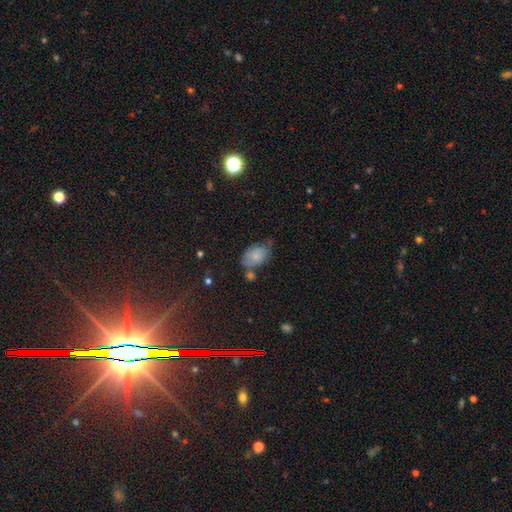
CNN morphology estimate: This appears to be a smooth galaxy with no disk features (73%) that is in between round and cigar-shaped (85%). Merging: none (47%).